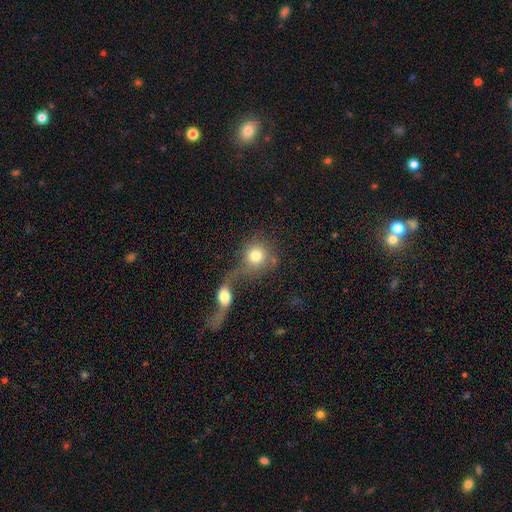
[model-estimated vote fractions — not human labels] A smooth galaxy with no disk features (76%) that is round (82%).

Vote fractions:
- Smooth or featured? smooth: 76% / featured or disk: 15% / star or artifact: 9%
- How rounded? round: 82% / in between: 16% / cigar-shaped: 1%
- Merging? merger: 59% / none: 25% / major disturbance: 9% / minor disturbance: 7%